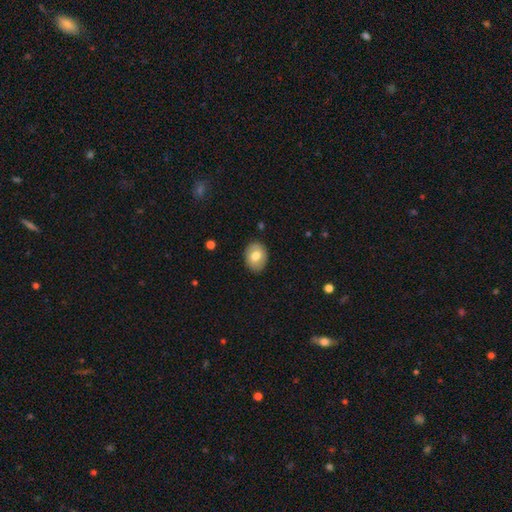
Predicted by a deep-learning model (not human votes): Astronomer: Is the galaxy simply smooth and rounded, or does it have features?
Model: smooth — 70%.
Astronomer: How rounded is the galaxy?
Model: in between — 65%.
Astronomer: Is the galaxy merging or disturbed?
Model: none — 85%.